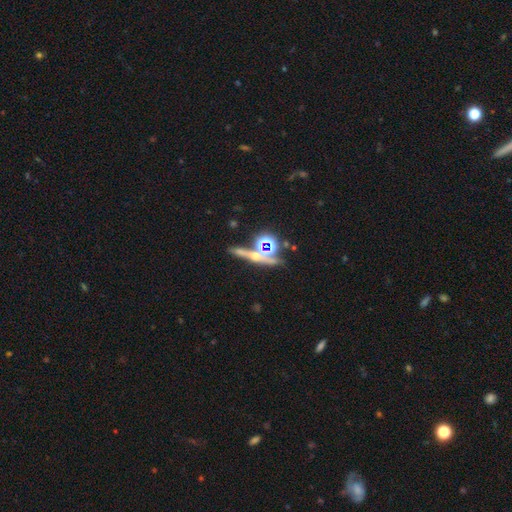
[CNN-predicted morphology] This is marginally a star or artifact rather than a galaxy (37%).